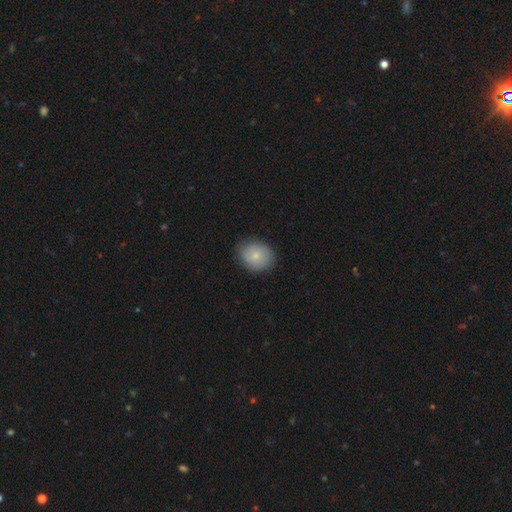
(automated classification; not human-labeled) Overall: smooth (79%). How rounded: round (61%; in between 38%). Merging: none (82%).